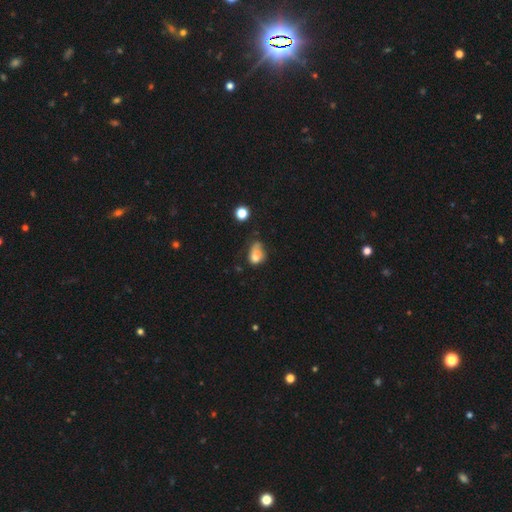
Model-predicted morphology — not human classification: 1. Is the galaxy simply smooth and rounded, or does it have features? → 71% smooth, 16% featured or disk, 13% star or artifact.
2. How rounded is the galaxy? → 68% in between, 30% round, 2% cigar-shaped.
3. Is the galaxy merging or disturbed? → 35% minor disturbance, 28% major disturbance, 27% none, 11% merger.